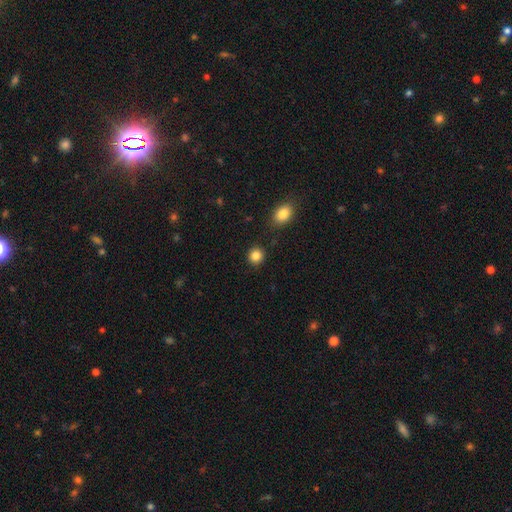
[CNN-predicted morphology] Smooth or featured? smooth (86%)
How rounded? round (86%)
Merging? none (89%)